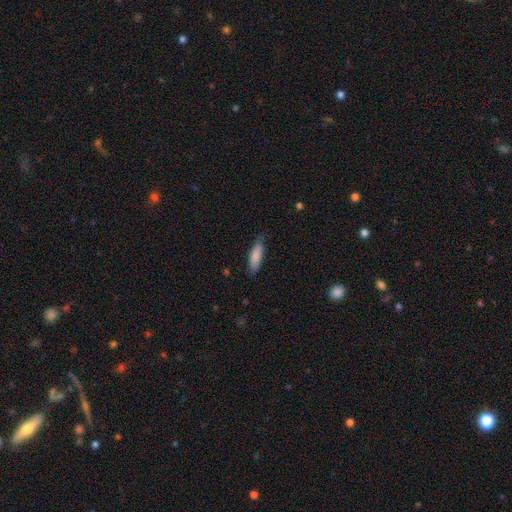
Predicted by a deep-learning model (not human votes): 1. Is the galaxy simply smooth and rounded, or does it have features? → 84% smooth, 10% featured or disk, 6% star or artifact.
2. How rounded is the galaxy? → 54% cigar-shaped, 44% in between, 1% round.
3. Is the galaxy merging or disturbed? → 74% none, 21% minor disturbance, 4% major disturbance, 1% merger.